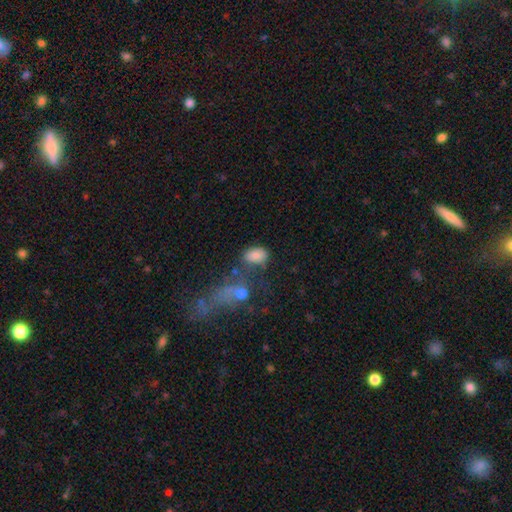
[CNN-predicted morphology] Smooth or featured? smooth (79%)
How rounded? in between (83%)
Merging? none (48%)